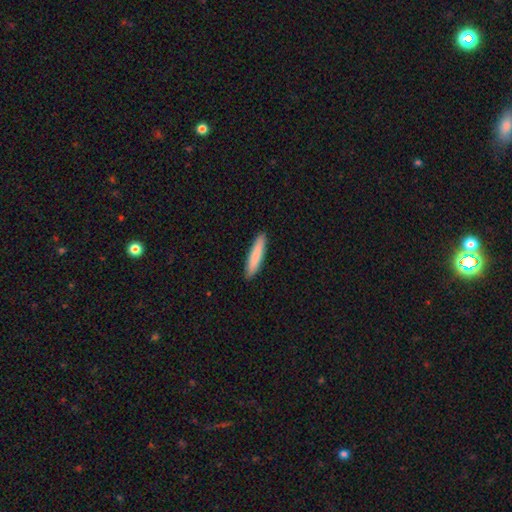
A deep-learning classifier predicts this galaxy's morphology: This appears to be a smooth galaxy with no disk features (83%) that is cigar-shaped (88%). Merging: none (92%).